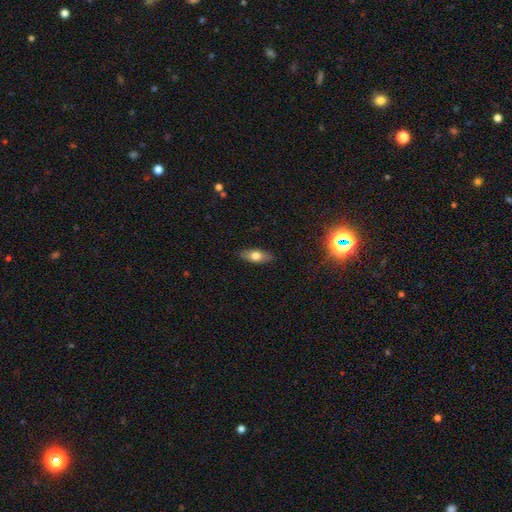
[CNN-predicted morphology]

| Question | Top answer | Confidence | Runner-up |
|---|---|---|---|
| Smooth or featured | smooth | 68% | featured or disk (24%) |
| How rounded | in between | 79% | cigar-shaped (18%) |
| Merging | none | 87% | minor disturbance (10%) |